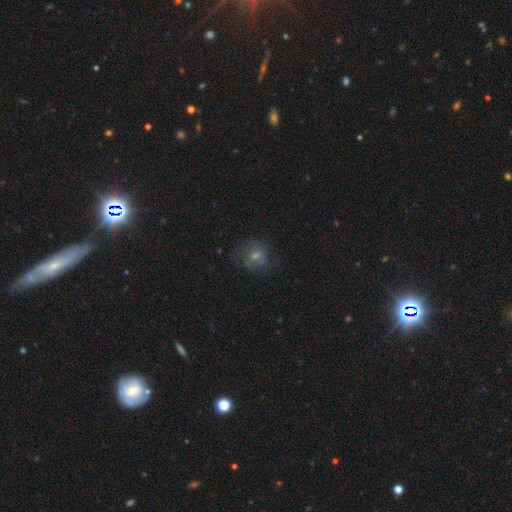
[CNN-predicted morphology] Smooth or featured? featured or disk (41%)
Merging? none (72%)